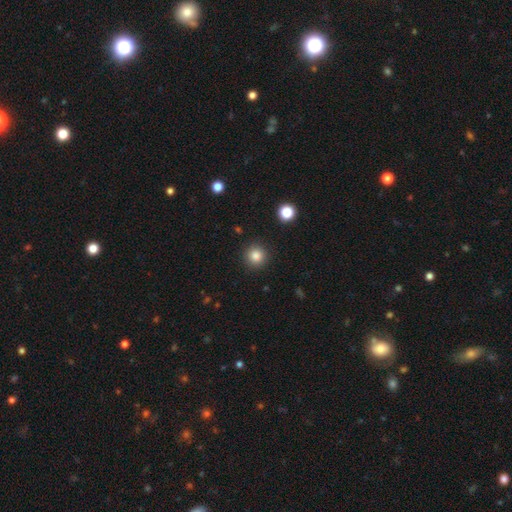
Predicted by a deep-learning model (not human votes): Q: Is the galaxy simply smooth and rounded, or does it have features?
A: smooth — 84%.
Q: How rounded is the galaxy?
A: round — 93%.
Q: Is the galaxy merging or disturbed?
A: none — 90%.